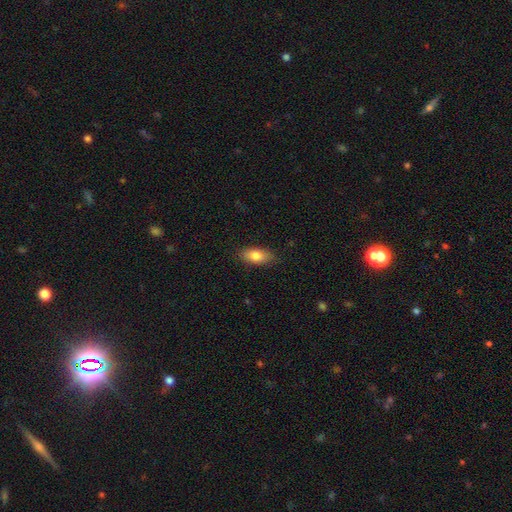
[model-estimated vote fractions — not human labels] smooth-or-featured: smooth: 82% | featured or disk: 11% | star or artifact: 7%
  how-rounded: in between: 87% | cigar-shaped: 9% | round: 4%
  merging: none: 85% | minor disturbance: 11% | major disturbance: 3% | merger: 1%